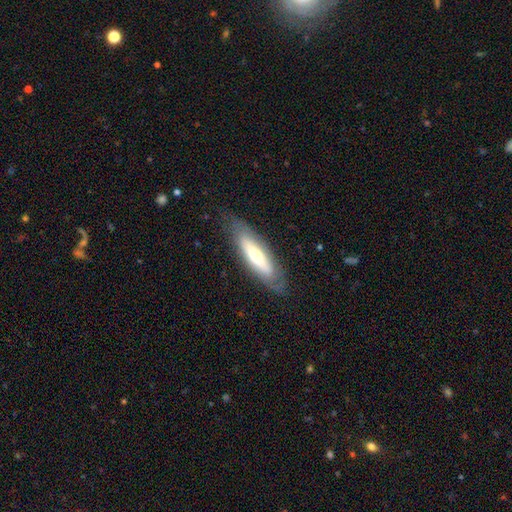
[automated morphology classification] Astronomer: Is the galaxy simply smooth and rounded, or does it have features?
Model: smooth — 49% (runner-up: featured or disk, 45%).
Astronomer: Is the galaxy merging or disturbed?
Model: none — 78%.